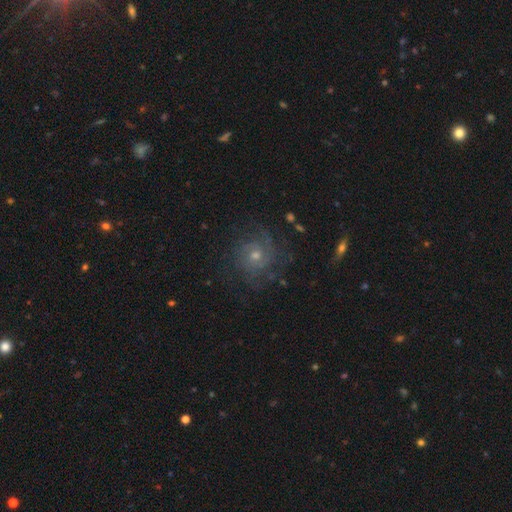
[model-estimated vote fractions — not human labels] Overall: featured or disk (71%). Edge-on disk: no (97%). Bar: no (75%). Spiral arms: yes (91%). Spiral arm count: can't tell (39%; 2 22%). Spiral winding: tight (56%; medium 32%). Bulge size: moderate (54%; small 40%). Merging: none (72%).